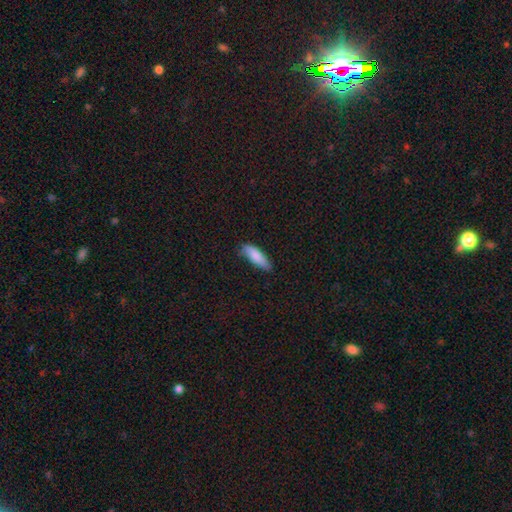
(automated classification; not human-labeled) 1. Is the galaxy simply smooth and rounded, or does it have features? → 85% smooth, 9% featured or disk, 6% star or artifact.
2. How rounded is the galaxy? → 49% cigar-shaped (tied), 49% in between (tied), 2% round.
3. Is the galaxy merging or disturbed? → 76% none, 20% minor disturbance, 3% major disturbance, 1% merger.